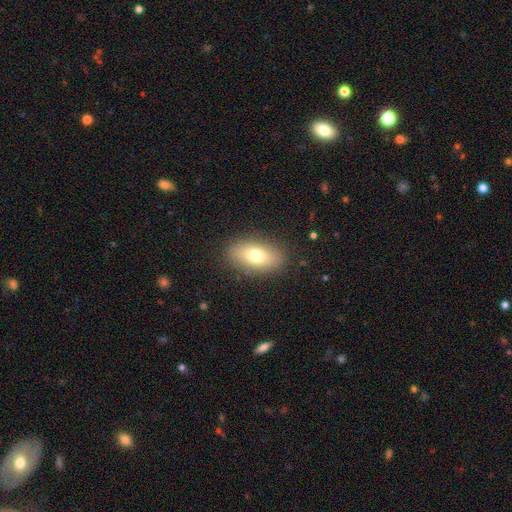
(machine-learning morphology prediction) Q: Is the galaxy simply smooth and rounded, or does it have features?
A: smooth — 73%.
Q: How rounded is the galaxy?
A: in between — 88%.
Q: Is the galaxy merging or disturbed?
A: none — 86%.